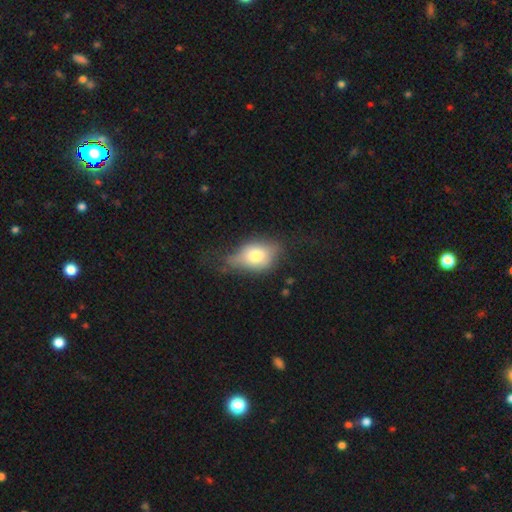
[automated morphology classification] Smooth or featured? Predicted: smooth (p=0.70). How rounded? Predicted: in between (p=0.79). Merging? Predicted: none (p=0.40).